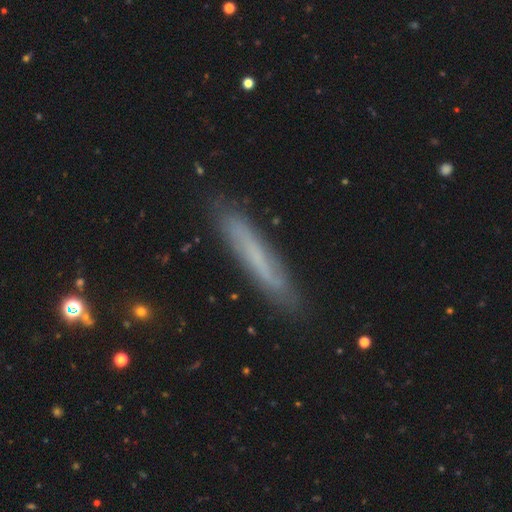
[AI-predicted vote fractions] Overall: smooth (48%; featured or disk 44%). Merging: none (82%).